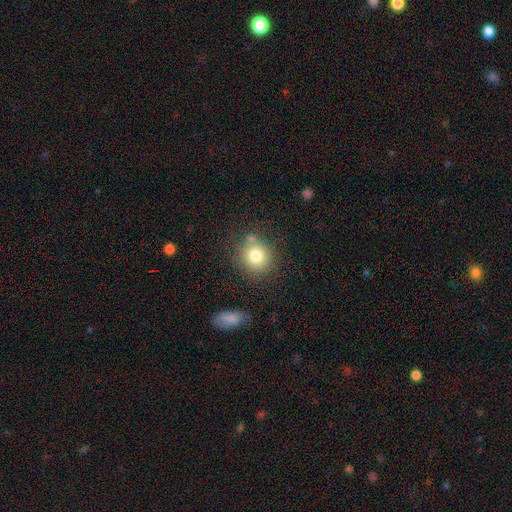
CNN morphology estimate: A smooth galaxy with no disk features (79%) that is round (86%). Merging: none (72%).